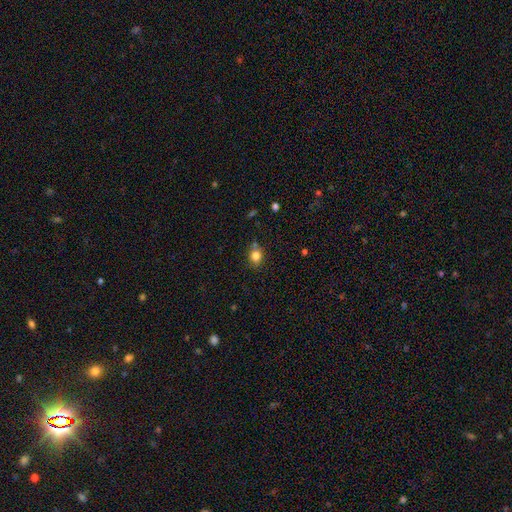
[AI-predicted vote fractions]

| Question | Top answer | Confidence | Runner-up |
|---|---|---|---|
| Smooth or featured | smooth | 81% | star or artifact (11%) |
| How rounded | round | 65% | in between (34%) |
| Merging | none | 69% | minor disturbance (18%) |